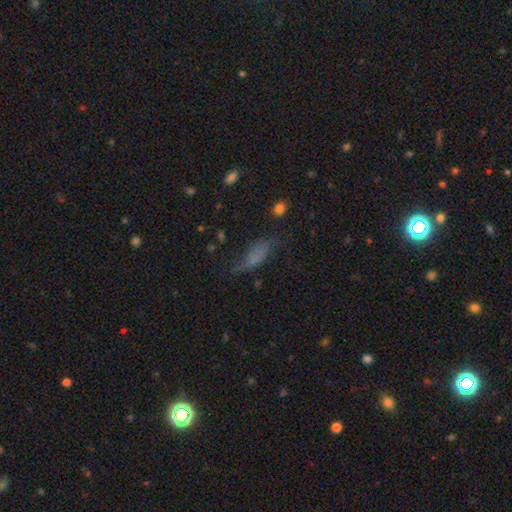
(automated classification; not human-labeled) Smooth or featured? smooth (62%)
How rounded? in between (62%)
Merging? none (53%)